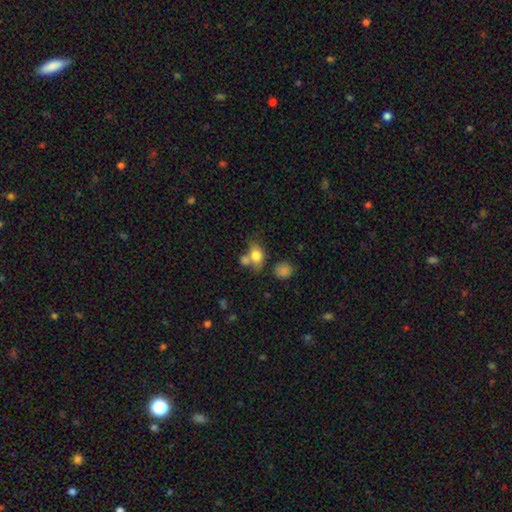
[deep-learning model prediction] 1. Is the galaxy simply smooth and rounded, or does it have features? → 79% smooth, 12% featured or disk, 9% star or artifact.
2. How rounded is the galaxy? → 65% in between, 33% round, 2% cigar-shaped.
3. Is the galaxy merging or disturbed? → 40% none, 37% merger, 15% minor disturbance, 7% major disturbance.